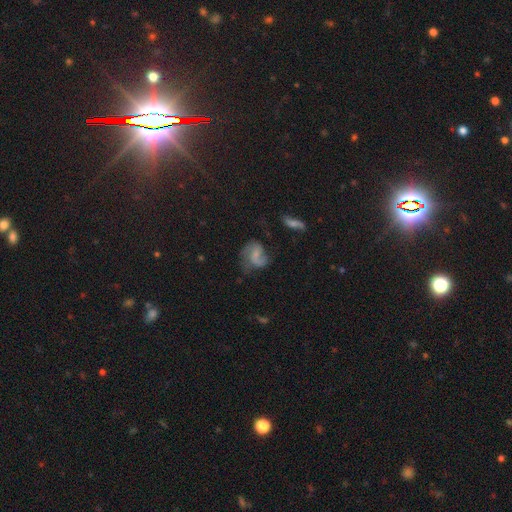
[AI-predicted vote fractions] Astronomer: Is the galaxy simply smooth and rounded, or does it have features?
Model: featured or disk — 60%.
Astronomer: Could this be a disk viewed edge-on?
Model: no — 97%.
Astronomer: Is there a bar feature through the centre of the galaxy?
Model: no — 47% (runner-up: weak, 42%).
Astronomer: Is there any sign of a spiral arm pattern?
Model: yes — 86%.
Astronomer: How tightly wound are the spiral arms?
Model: loose — 44% (runner-up: medium, 41%).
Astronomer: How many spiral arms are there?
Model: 2 — 71%.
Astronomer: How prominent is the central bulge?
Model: none — 43% (runner-up: small, 33%).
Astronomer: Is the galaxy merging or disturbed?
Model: none — 47% (runner-up: minor disturbance, 24%).